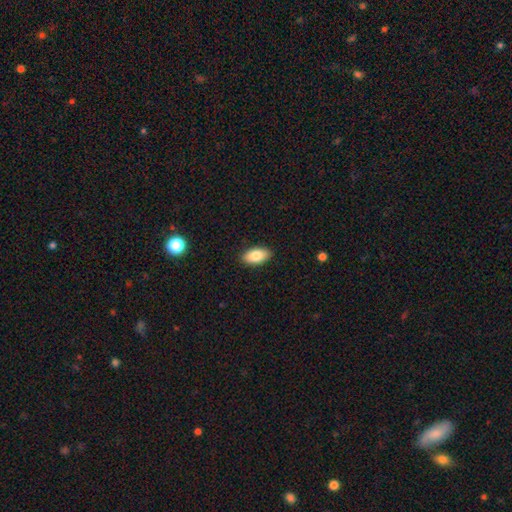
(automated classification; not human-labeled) A smooth galaxy with no disk features (83%) that is in between round and cigar-shaped (94%). Merging: none (90%).